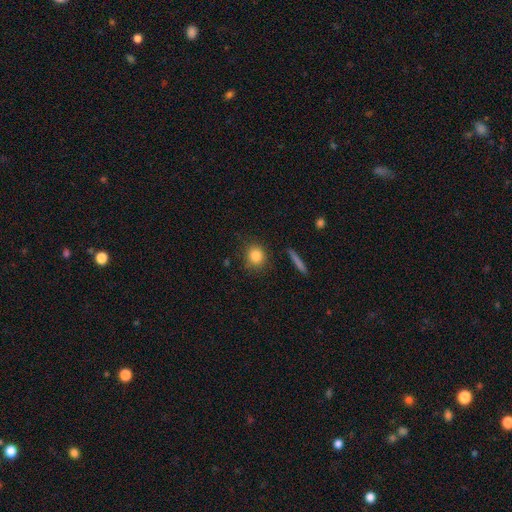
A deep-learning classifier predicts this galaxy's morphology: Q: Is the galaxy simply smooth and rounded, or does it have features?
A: smooth — 84%.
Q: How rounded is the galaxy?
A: round — 84%.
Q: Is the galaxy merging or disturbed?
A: none — 84%.